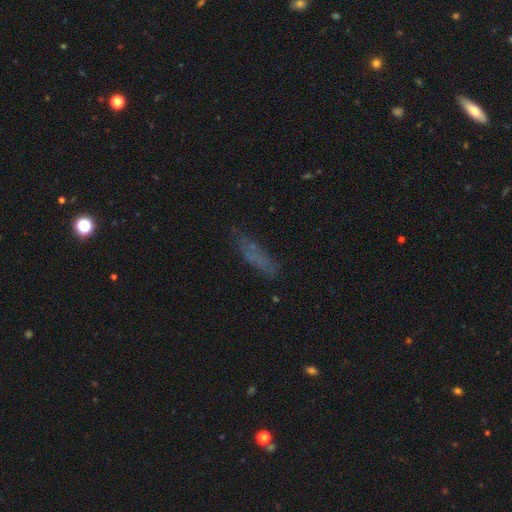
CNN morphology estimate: smooth 60%, featured or disk 24%, star or artifact 16%. Down the decision tree: how rounded — cigar-shaped (73%); merging — none (69%).